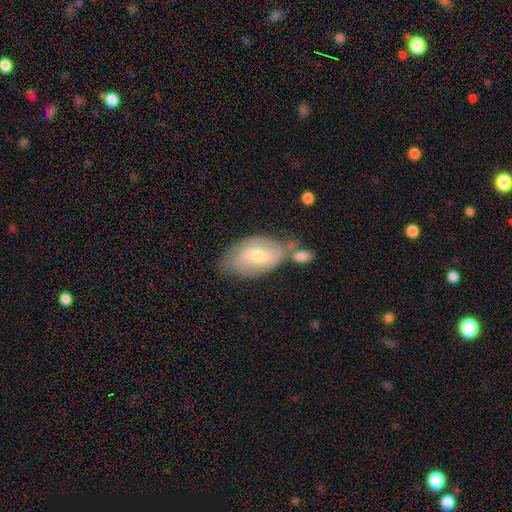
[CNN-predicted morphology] Smooth or featured? featured or disk (47%)
Merging? none (47%)